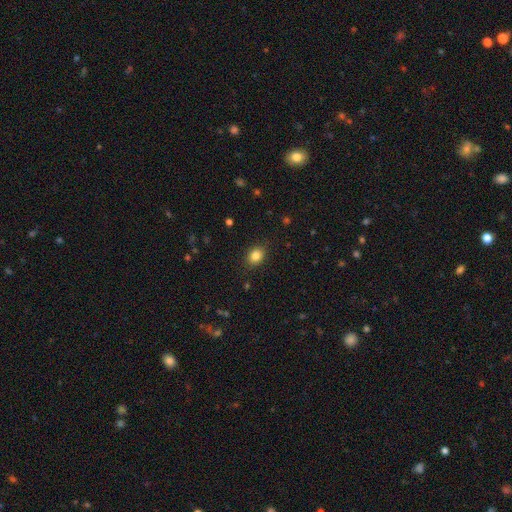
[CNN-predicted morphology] Smooth or featured?
  - smooth: 84% *
  - star or artifact: 11%
  - featured or disk: 6%
How rounded?
  - in between: 56% *
  - round: 43%
  - cigar-shaped: 1%
Merging?
  - none: 87% *
  - minor disturbance: 10%
  - major disturbance: 3%
  - merger: 1%